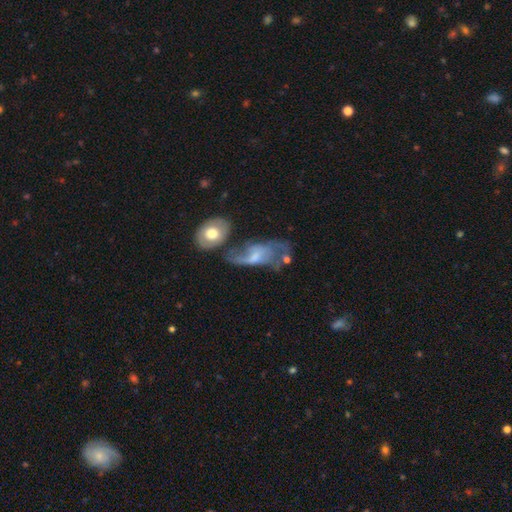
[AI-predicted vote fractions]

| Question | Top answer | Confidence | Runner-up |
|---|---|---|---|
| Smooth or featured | featured or disk | 64% | smooth (27%) |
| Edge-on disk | no | 93% | yes (7%) |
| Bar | no | 59% | weak (34%) |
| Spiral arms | yes | 68% | no (32%) |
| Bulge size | small | 41% | moderate (37%) |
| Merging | major disturbance | 32% | none (25%) |